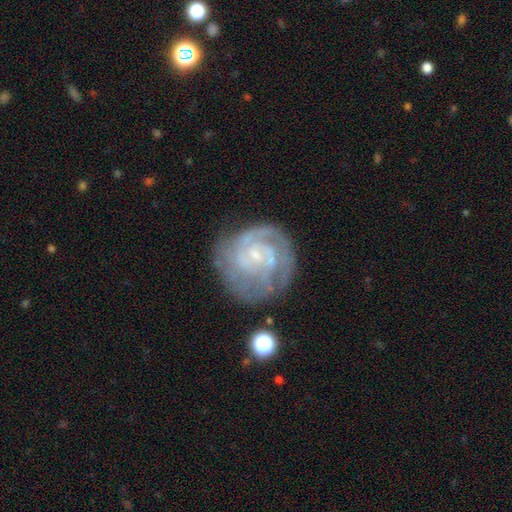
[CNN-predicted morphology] This appears to be a featured or disk galaxy (81%) with no bar (60%), tight (64%) spiral arms (89%) and a small central bulge (68%). Merging: none (62%).